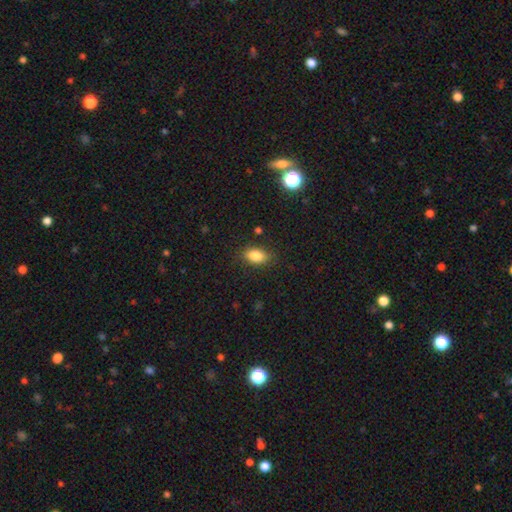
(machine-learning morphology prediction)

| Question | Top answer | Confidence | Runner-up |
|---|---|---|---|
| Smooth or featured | smooth | 84% | star or artifact (9%) |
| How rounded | in between | 86% | round (11%) |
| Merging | none | 81% | minor disturbance (13%) |